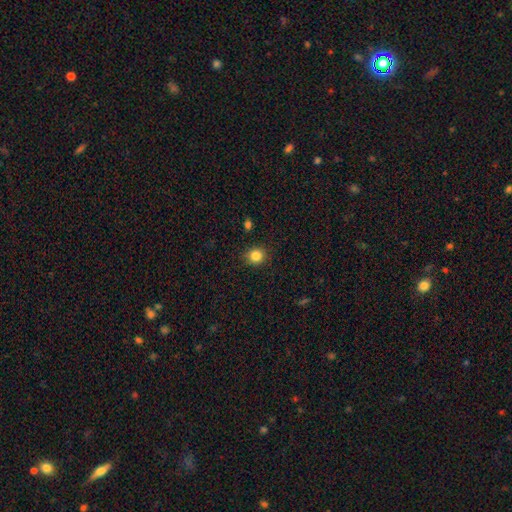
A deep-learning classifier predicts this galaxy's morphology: This is clearly a smooth galaxy (85%). How rounded: clearly round (82%). Merging: clearly none (88%).